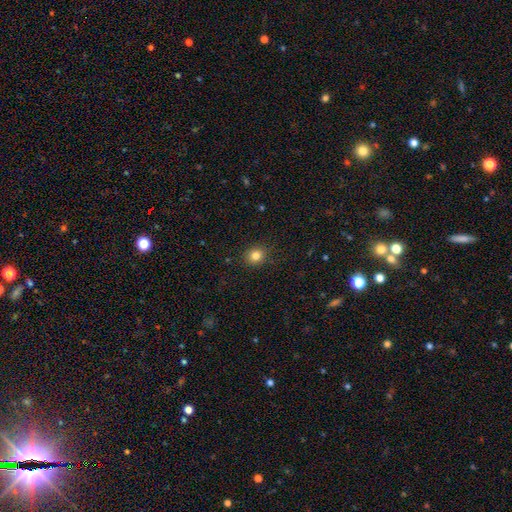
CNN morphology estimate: This appears to be a smooth galaxy with no disk features (82%) that is round (76%). Merging: none (89%).